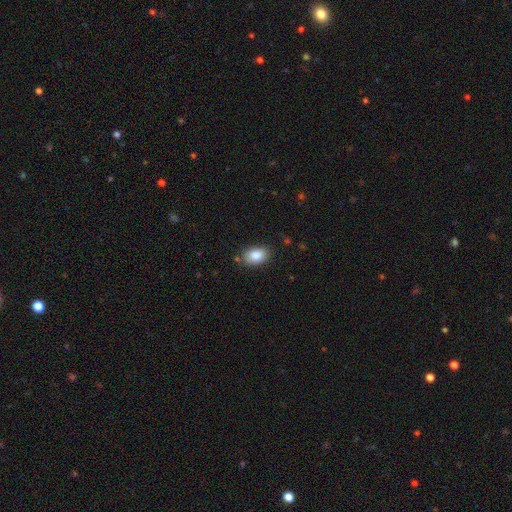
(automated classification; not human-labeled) This appears to be a smooth galaxy with no disk features (85%) that is in between round and cigar-shaped (87%). Merging: none (83%).